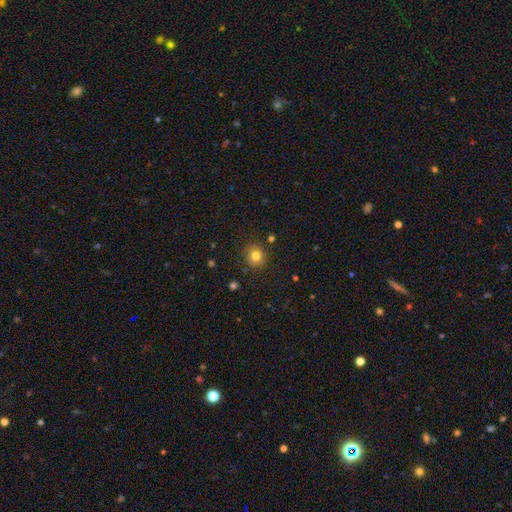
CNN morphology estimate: type=smooth (80%); roundness=round (86%); merging=none (86%).